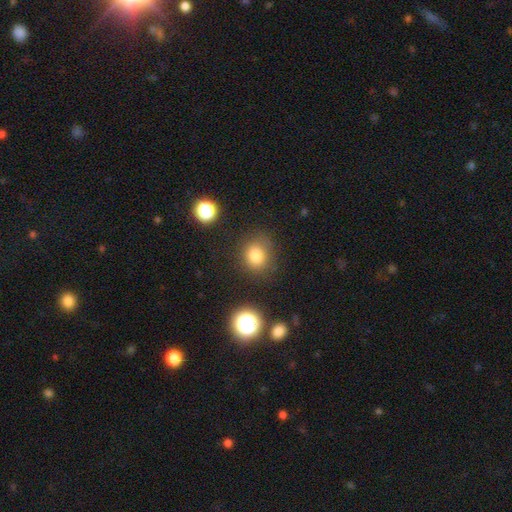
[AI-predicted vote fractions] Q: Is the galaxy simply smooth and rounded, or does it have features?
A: smooth — 81%.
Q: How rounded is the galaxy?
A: round — 70%.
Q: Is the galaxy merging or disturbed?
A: none — 79%.